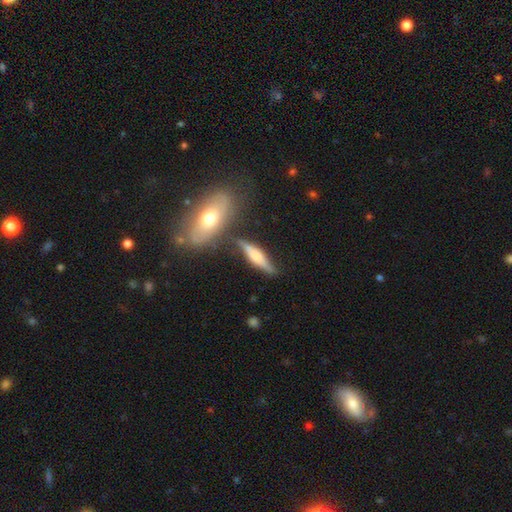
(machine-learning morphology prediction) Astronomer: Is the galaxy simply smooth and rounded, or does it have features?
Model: smooth — 49% (runner-up: featured or disk, 44%).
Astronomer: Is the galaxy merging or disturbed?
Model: none — 61%.